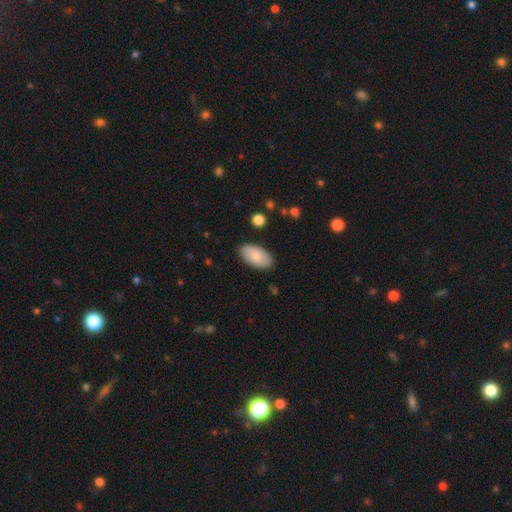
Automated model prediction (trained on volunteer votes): Morphology: type=smooth (83%); roundness=in between (95%); merging=none (86%).